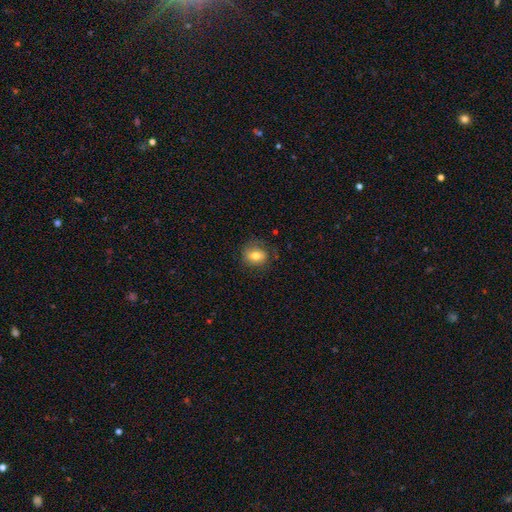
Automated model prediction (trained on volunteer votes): The model was most divided on "how rounded": round: 55%, in between: 44%, cigar-shaped: 1%. More confident: merging — none (74%); smooth or featured — smooth (71%).